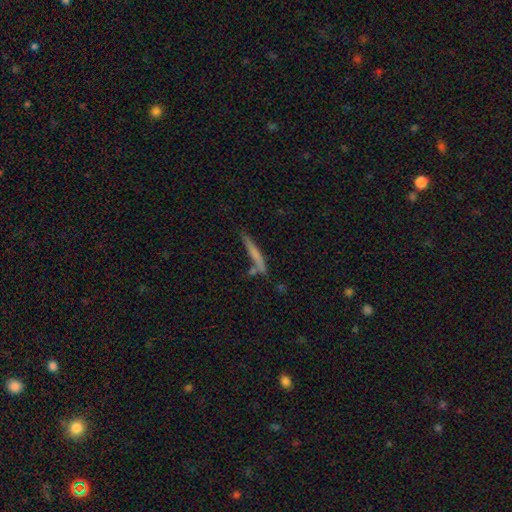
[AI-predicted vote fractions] Smooth or featured: smooth — 59% (featured or disk — 34%)
How rounded: cigar-shaped — 95% (in between — 4%)
Merging: none — 68% (minor disturbance — 16%)